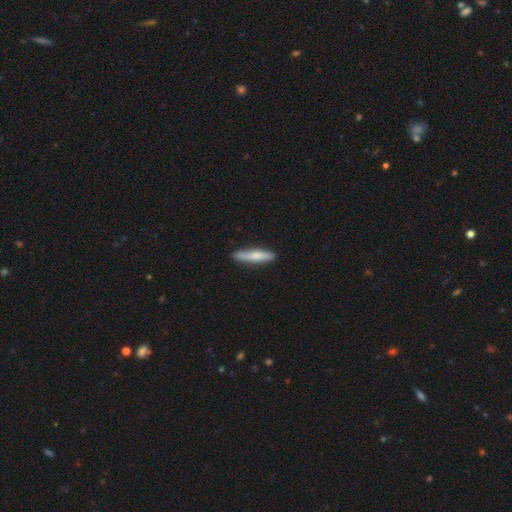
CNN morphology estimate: smooth_or_featured: smooth (p=0.65) [alt: featured or disk p=0.30]
how_rounded: cigar-shaped (p=0.89) [alt: in between p=0.09]
merging: none (p=0.88) [alt: minor disturbance p=0.09]